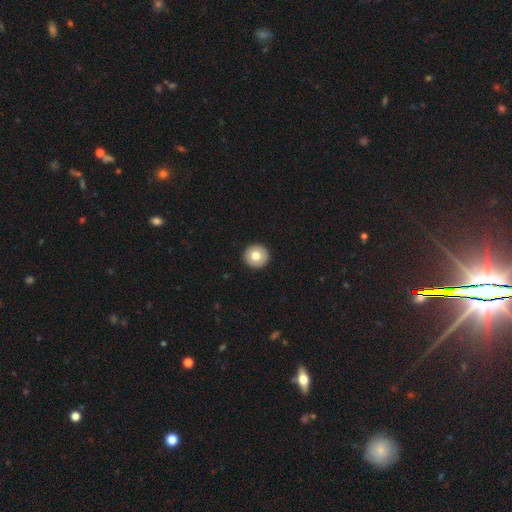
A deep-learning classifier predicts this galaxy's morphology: Smooth or featured? Predicted: smooth (p=0.77). How rounded? Predicted: round (p=0.95). Merging? Predicted: none (p=0.94).